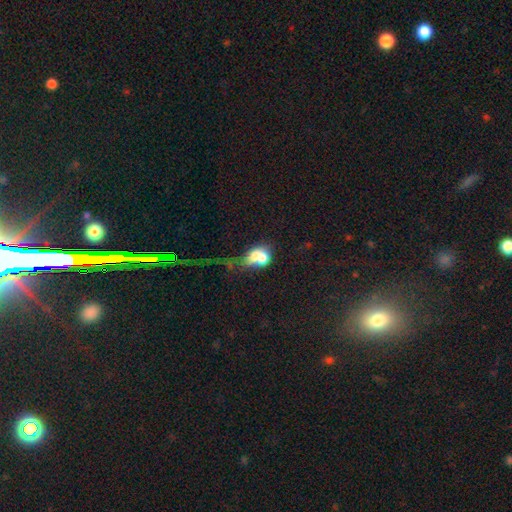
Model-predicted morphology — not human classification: smooth-or-featured: smooth: 63% | featured or disk: 26% | star or artifact: 11%
  how-rounded: in between: 55% | round: 42% | cigar-shaped: 3%
  merging: merger: 61% | none: 17% | major disturbance: 12% | minor disturbance: 10%